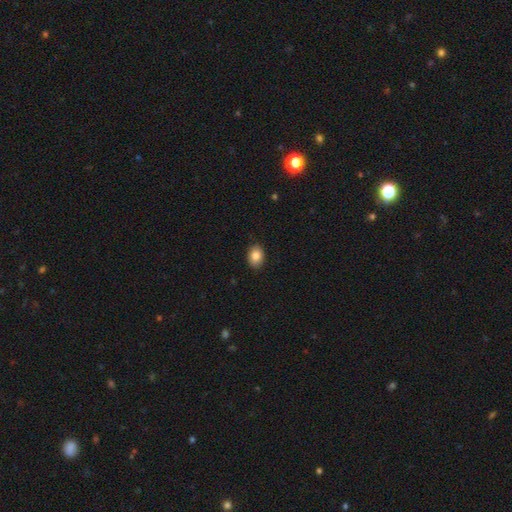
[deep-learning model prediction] Q: Smooth or featured?
A: smooth (86%); runner-up: star or artifact (8%)
Q: How rounded?
A: in between (75%); runner-up: round (24%)
Q: Merging?
A: none (87%); runner-up: minor disturbance (10%)